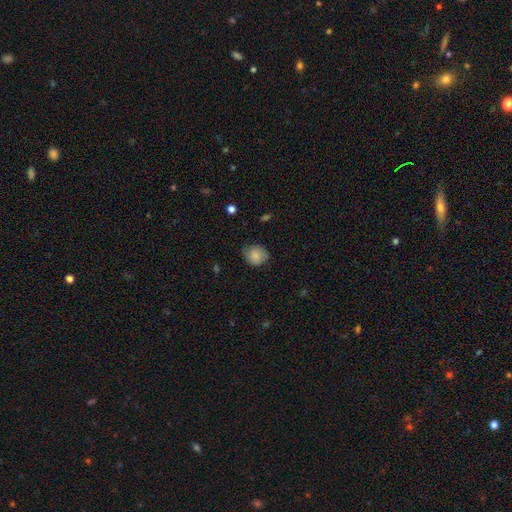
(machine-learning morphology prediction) Smooth or featured: smooth — 83% (featured or disk — 9%)
How rounded: round — 70% (in between — 29%)
Merging: none — 66% (minor disturbance — 27%)